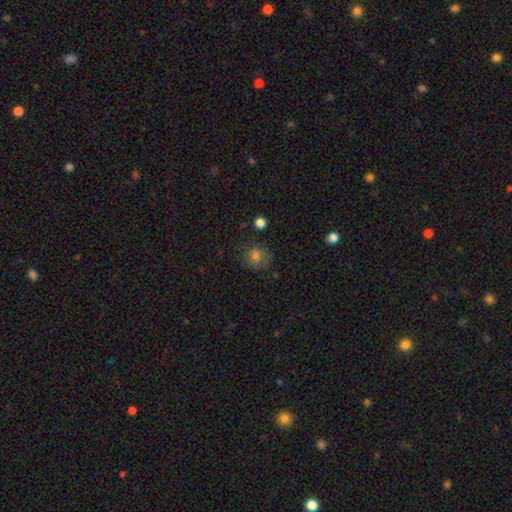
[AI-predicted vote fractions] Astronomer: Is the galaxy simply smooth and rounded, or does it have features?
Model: smooth — 75%.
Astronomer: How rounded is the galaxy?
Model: round — 79%.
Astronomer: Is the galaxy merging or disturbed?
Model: none — 72%.